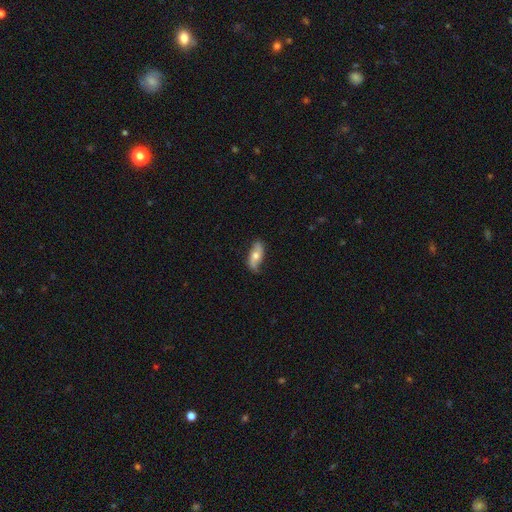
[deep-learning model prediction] The model was most divided on "smooth or featured": smooth: 54%, featured or disk: 39%, star or artifact: 6%. More confident: how rounded — in between (80%); merging — none (71%).